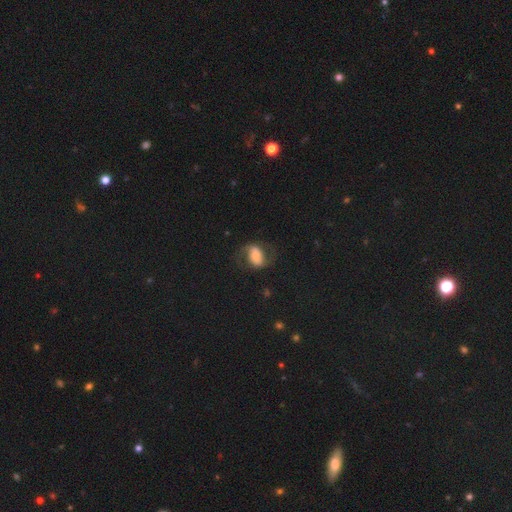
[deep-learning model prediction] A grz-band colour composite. It shows a featured or disk galaxy (58%) with a strong bar (35%), spiral arms (85%) and a moderate central bulge (41%). Merging: none (65%).